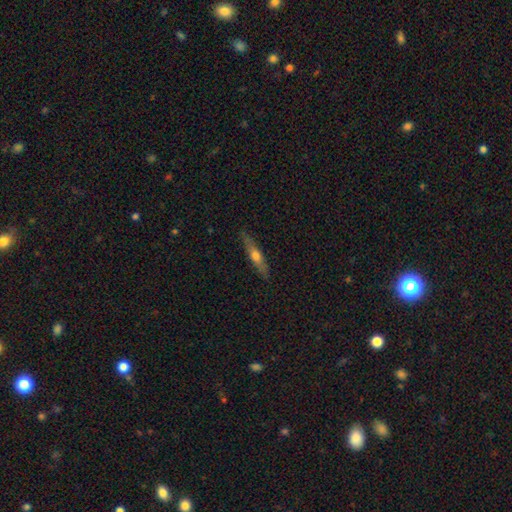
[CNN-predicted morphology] A featured or disk galaxy (53%) viewed edge-on (92%). Merging: none (87%).